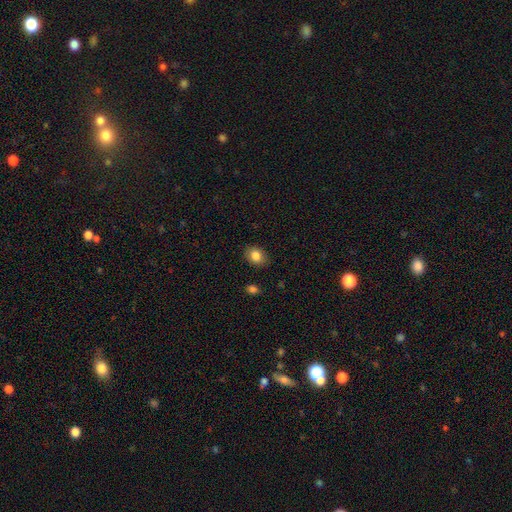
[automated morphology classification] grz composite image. It shows a smooth galaxy with no disk features (84%) that is in between round and cigar-shaped (62%). Merging: none (85%).